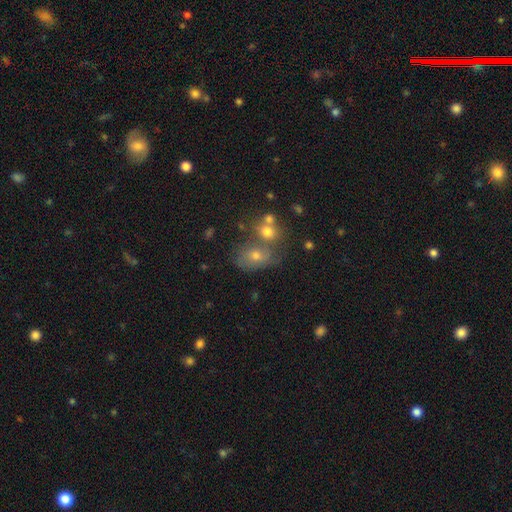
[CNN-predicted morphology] This is possibly a smooth galaxy (59%). How rounded: possibly in between (59%). Merging: marginally merger (41%).